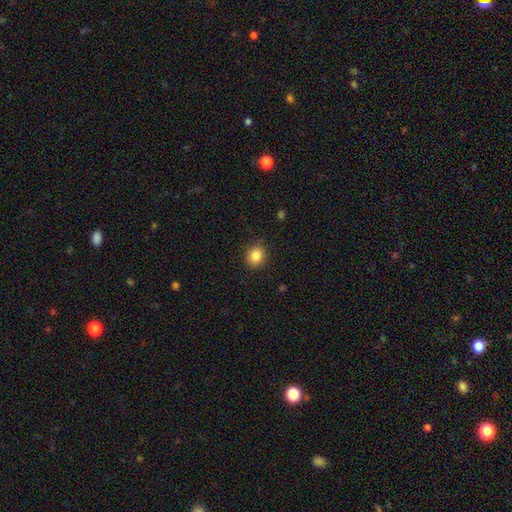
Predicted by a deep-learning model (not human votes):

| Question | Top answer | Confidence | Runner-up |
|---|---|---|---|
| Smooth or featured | smooth | 84% | star or artifact (10%) |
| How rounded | round | 81% | in between (18%) |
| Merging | none | 85% | minor disturbance (12%) |